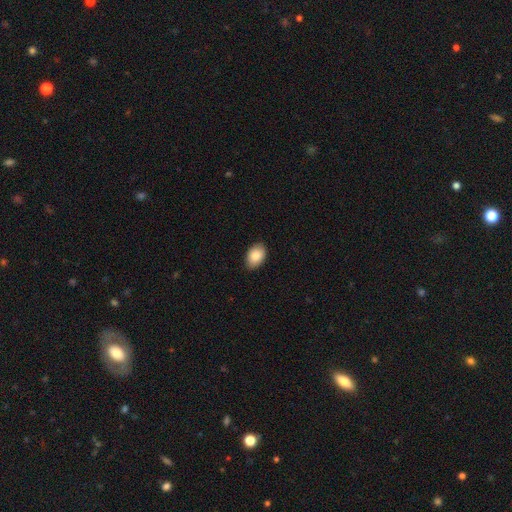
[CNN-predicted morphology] Overall: smooth (86%). How rounded: in between (87%). Merging: none (86%).